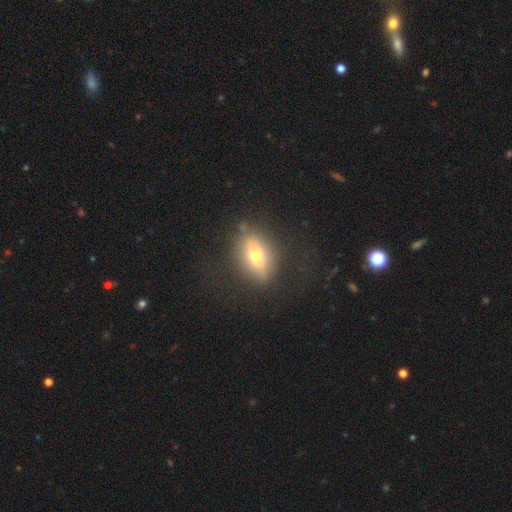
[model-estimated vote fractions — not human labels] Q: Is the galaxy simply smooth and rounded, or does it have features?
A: smooth — 57%.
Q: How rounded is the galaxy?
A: in between — 76%.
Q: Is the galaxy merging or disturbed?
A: none — 74%.